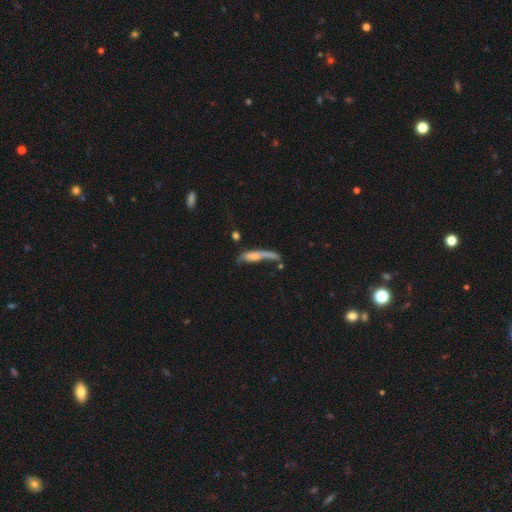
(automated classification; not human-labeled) Q: Smooth or featured?
A: smooth (51%); runner-up: featured or disk (39%)
Q: How rounded?
A: cigar-shaped (77%); runner-up: in between (20%)
Q: Merging?
A: major disturbance (29%); runner-up: none (28%)